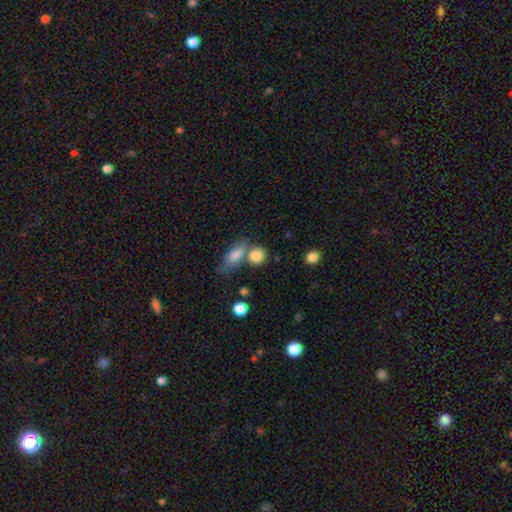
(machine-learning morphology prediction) This is clearly a smooth galaxy (84%). How rounded: likely round (71%). Merging: possibly none (51%).